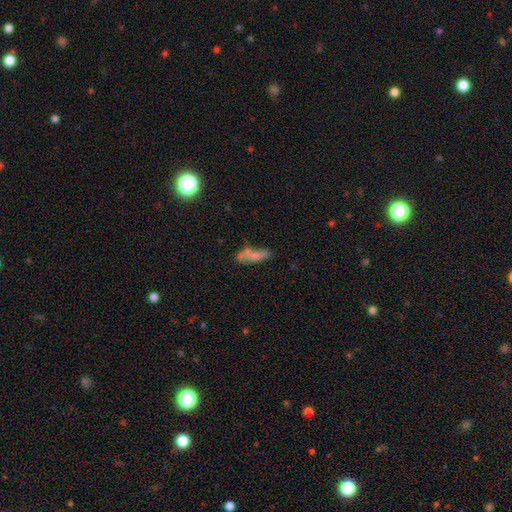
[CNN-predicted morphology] This appears to be a smooth galaxy with no disk features (59%) that is cigar-shaped (52%). Merging: none (48%).